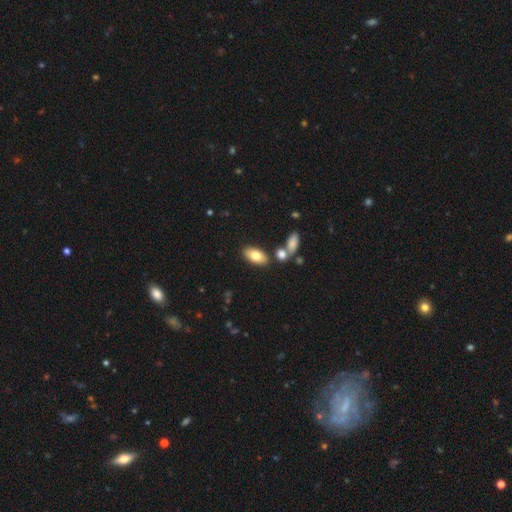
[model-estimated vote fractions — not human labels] Smooth or featured? smooth (76%)
How rounded? in between (91%)
Merging? none (74%)